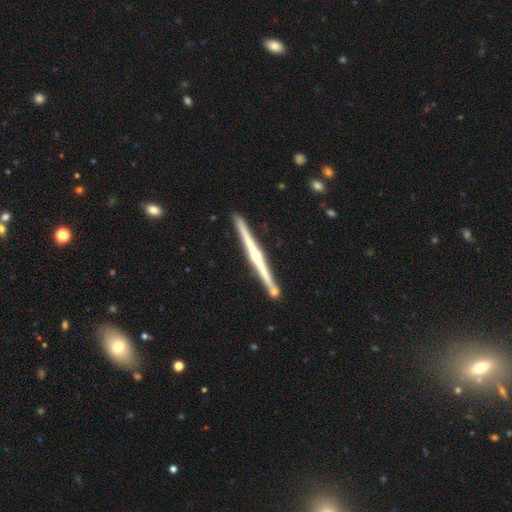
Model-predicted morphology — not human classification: This appears to be a featured or disk galaxy (80%) viewed edge-on (98%) with a rounded central bulge (75%). Merging: none (87%).